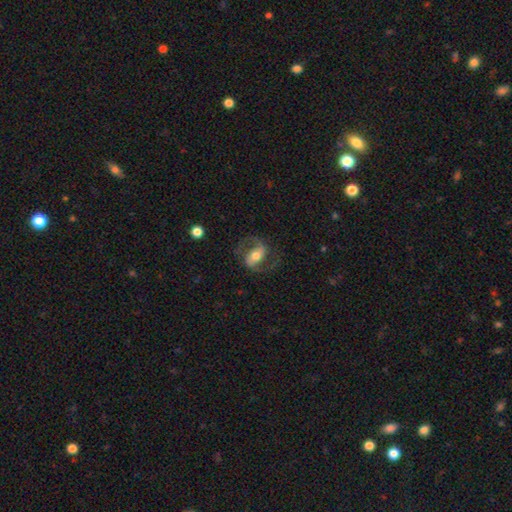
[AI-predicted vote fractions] smooth-or-featured: featured or disk: 72% | smooth: 21% | star or artifact: 7%
  disk-edge-on: no: 95% | yes: 5%
    bar: strong: 43% | weak: 32% | no: 25%
    has-spiral-arms: yes: 86% | no: 14%
      spiral-winding: medium: 53% | loose: 30% | tight: 16%
      spiral-arm-count: 2: 89% | can't tell: 5% | 1: 3% | 3: 1% | 4: 1% | more than 4: 1%
    bulge-size: moderate: 65% | small: 19% | large: 13% | dominant: 2% | none: 1%
  merging: none: 69% | minor disturbance: 15% | major disturbance: 14% | merger: 1%